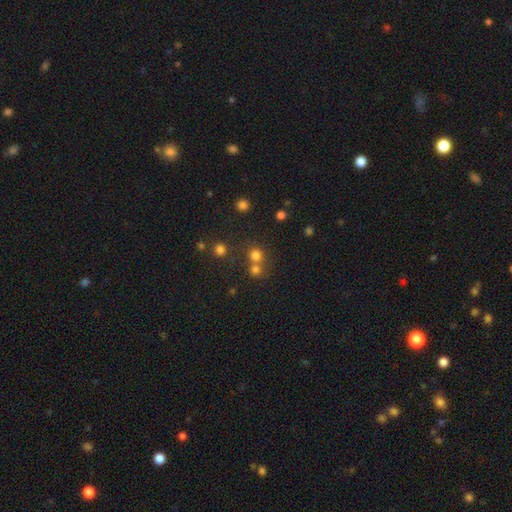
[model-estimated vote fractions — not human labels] A smooth galaxy with no disk features (74%) that is round (88%).

Vote fractions:
- Smooth or featured? smooth: 74% / star or artifact: 18% / featured or disk: 7%
- How rounded? round: 88% / in between: 11% / cigar-shaped: 1%
- Merging? none: 55% / merger: 36% / minor disturbance: 6% / major disturbance: 3%